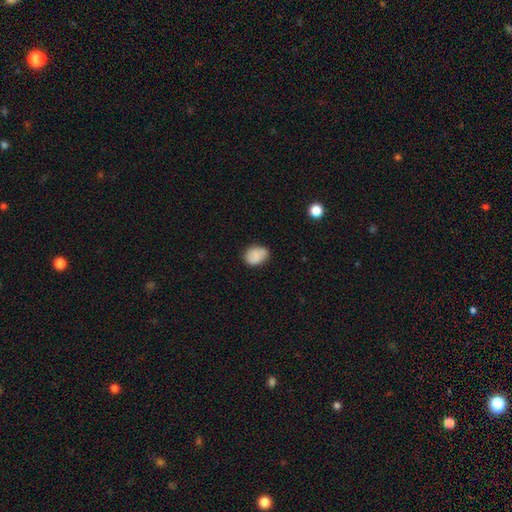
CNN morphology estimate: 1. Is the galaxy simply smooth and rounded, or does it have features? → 84% smooth, 8% featured or disk, 8% star or artifact.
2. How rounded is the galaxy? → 67% in between, 32% round, 1% cigar-shaped.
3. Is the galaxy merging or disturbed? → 69% none, 25% minor disturbance, 4% major disturbance, 2% merger.